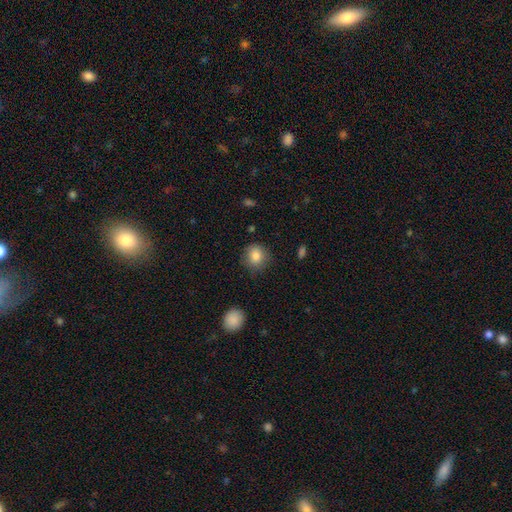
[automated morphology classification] Smooth or featured? Predicted: smooth (p=0.84). How rounded? Predicted: round (p=0.86). Merging? Predicted: none (p=0.81).